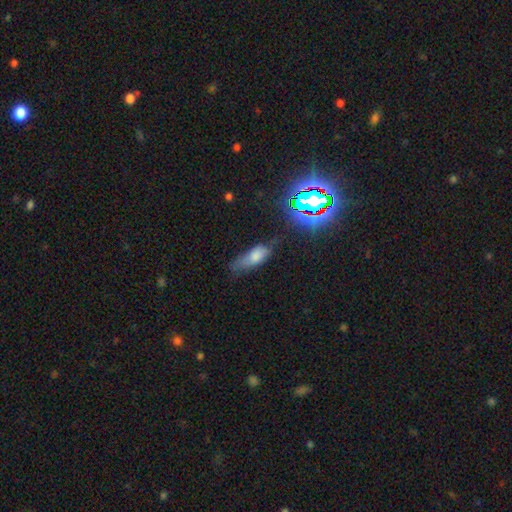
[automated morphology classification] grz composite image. It shows a smooth galaxy with no disk features (63%) that is in between round and cigar-shaped (69%). Merging: none (45%).